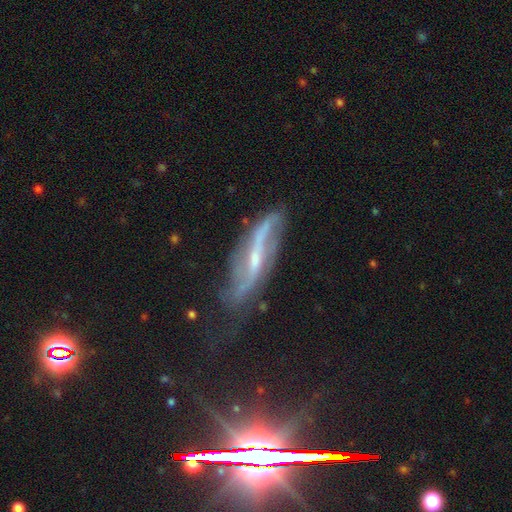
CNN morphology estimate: Smooth or featured?
  - featured or disk: 83% *
  - smooth: 9%
  - star or artifact: 8%
Edge-on disk?
  - no: 73% *
  - yes: 27%
Bar?
  - strong: 40% *
  - weak: 38%
  - no: 22%
Spiral arms?
  - yes: 92% *
  - no: 8%
Spiral winding?
  - loose: 71% *
  - medium: 20%
  - tight: 9%
Spiral arm count?
  - 2: 87% *
  - can't tell: 6%
  - 1: 3%
  - 3: 2%
  - 4: 1%
  - more than 4: 1%
Bulge size?
  - small: 62% *
  - moderate: 30%
  - none: 5%
  - large: 2%
  - dominant: 1%
Merging?
  - none: 67% *
  - minor disturbance: 21%
  - major disturbance: 9%
  - merger: 3%